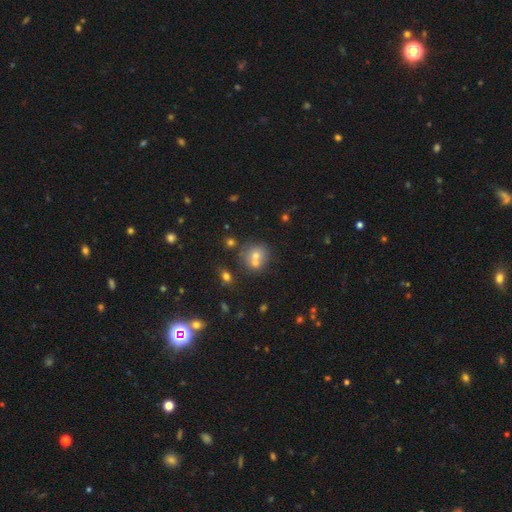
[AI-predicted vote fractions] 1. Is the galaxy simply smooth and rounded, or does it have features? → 63% smooth, 19% star or artifact, 18% featured or disk.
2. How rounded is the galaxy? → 81% round, 18% in between, 1% cigar-shaped.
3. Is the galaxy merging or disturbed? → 45% none, 43% merger, 8% minor disturbance, 3% major disturbance.